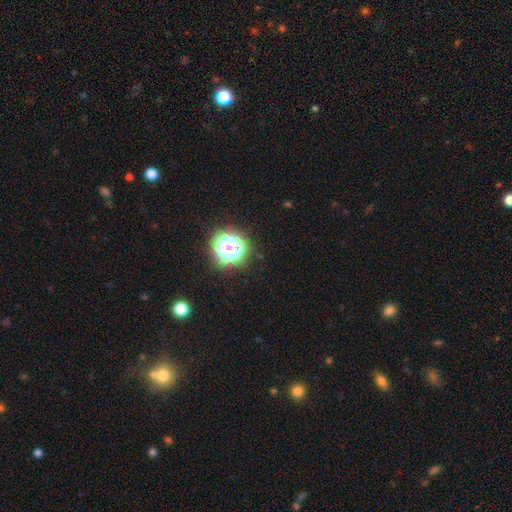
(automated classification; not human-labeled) star or artifact 75%, smooth 19%, featured or disk 7%.